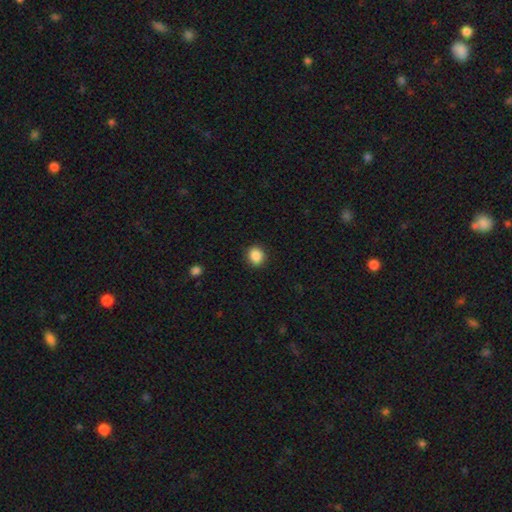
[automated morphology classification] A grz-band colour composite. It shows a smooth galaxy with no disk features (88%) that is round (75%). Merging: none (90%).